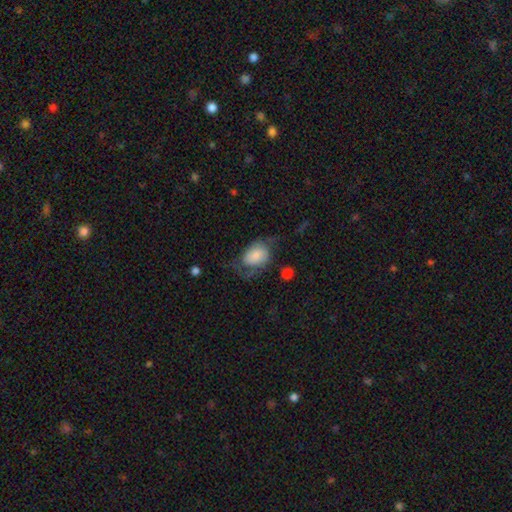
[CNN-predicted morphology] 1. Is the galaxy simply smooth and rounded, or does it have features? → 54% smooth, 38% featured or disk, 8% star or artifact.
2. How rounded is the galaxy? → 76% in between, 22% round, 1% cigar-shaped.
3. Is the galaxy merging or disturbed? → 41% none, 30% major disturbance, 26% minor disturbance, 3% merger.